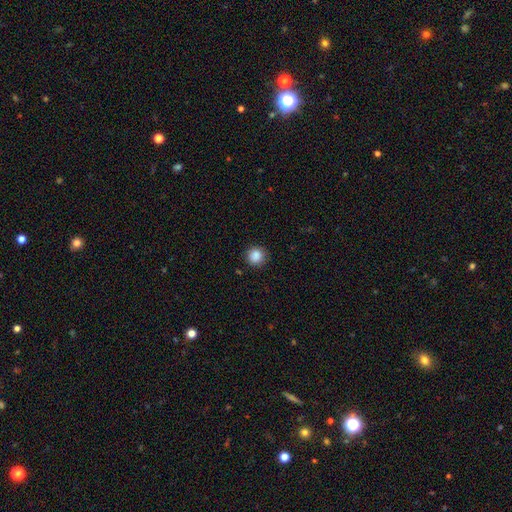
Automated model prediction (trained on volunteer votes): Q: Smooth or featured?
A: smooth (87%); runner-up: star or artifact (10%)
Q: How rounded?
A: round (93%); runner-up: in between (6%)
Q: Merging?
A: none (88%); runner-up: minor disturbance (8%)